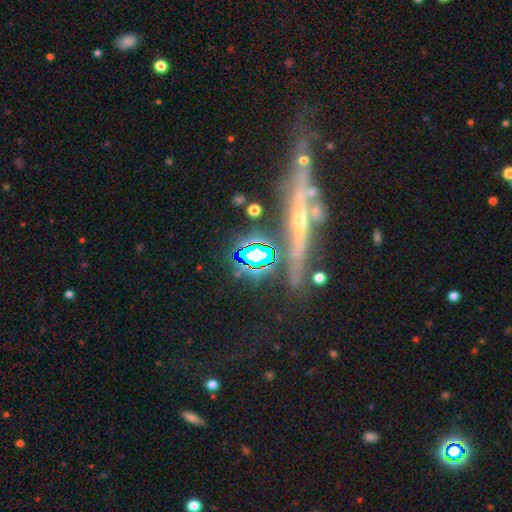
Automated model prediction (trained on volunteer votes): This is possibly a star or artifact rather than a galaxy (57%).